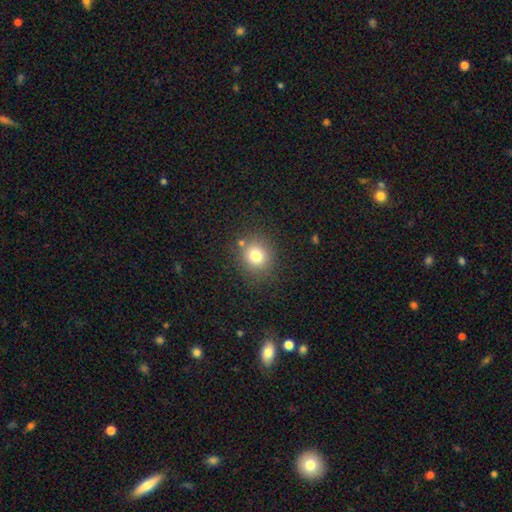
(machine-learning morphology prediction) Smooth or featured: smooth — 78% (star or artifact — 13%)
How rounded: round — 80% (in between — 19%)
Merging: none — 82% (minor disturbance — 10%)